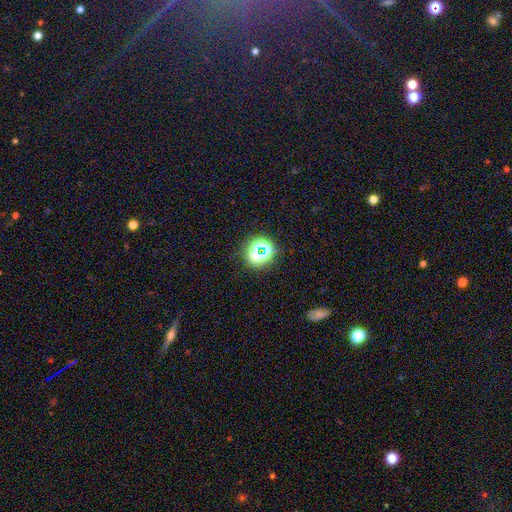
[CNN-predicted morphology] type=star or artifact (55%).